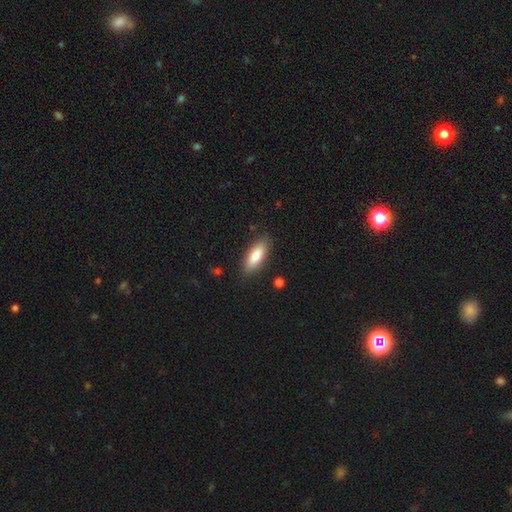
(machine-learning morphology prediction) type=smooth (84%); roundness=in between (69%); merging=none (86%).